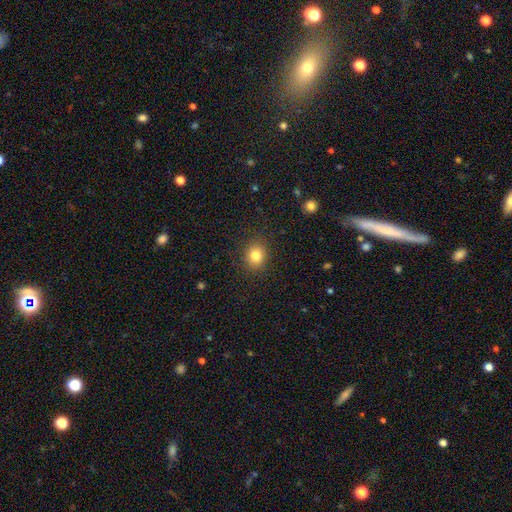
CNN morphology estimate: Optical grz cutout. It shows a smooth galaxy with no disk features (82%) that is round (70%). Merging: none (88%).